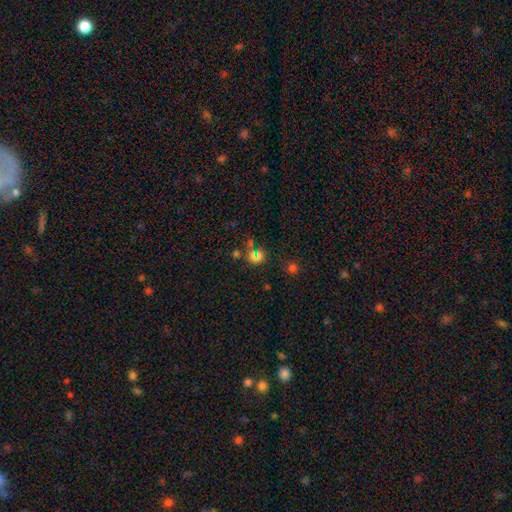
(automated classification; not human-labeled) Smooth or featured?
  - star or artifact: 50% *
  - smooth: 38%
  - featured or disk: 12%